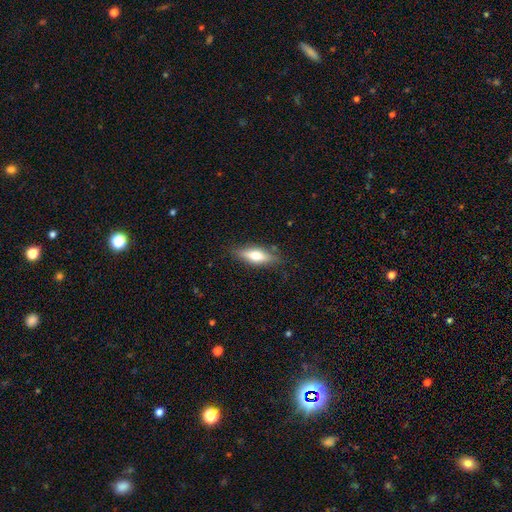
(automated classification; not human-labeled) Smooth or featured? Predicted: smooth (p=0.57). How rounded? Predicted: in between (p=0.52). Merging? Predicted: none (p=0.81).